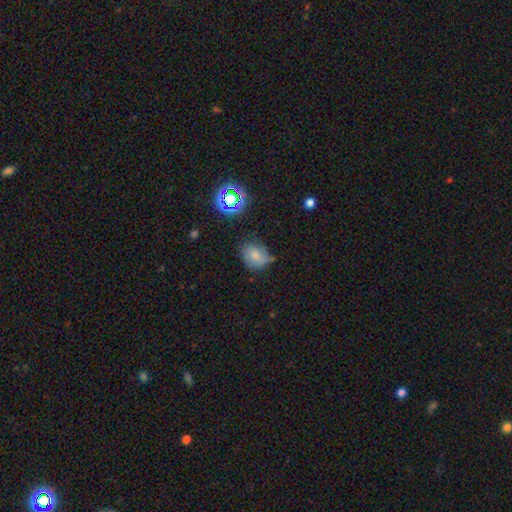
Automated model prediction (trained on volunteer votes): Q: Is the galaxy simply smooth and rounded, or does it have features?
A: smooth — 67%.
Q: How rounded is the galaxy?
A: in between — 58%.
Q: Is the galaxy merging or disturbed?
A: none — 58%.